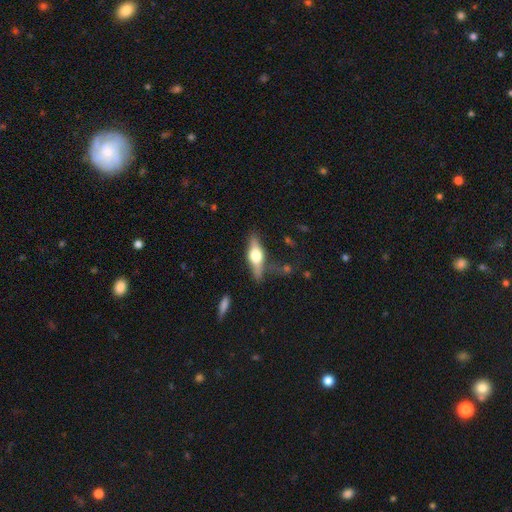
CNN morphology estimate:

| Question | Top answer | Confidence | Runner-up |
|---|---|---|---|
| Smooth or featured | featured or disk | 62% | smooth (31%) |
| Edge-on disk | yes | 93% | no (7%) |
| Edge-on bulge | rounded | 94% | boxy (4%) |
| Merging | none | 74% | minor disturbance (16%) |